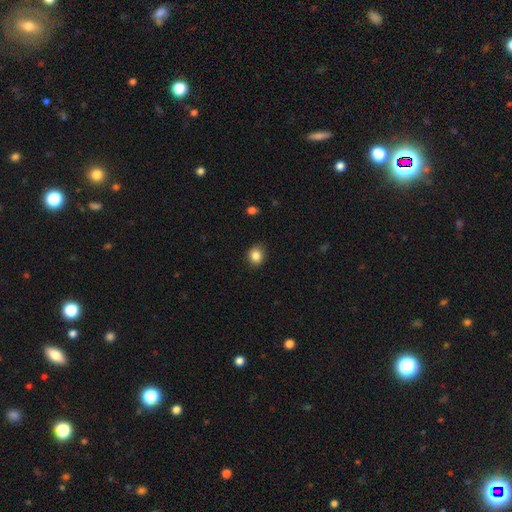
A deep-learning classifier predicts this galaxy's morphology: Smooth or featured? smooth (85%)
How rounded? round (75%)
Merging? none (86%)